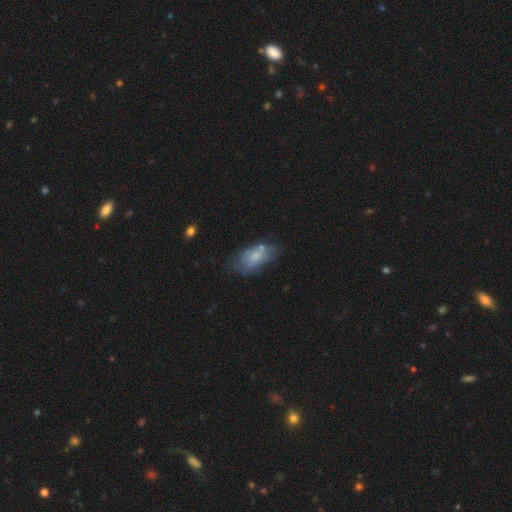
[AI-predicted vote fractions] smooth_or_featured: smooth (p=0.66) [alt: featured or disk p=0.25]
how_rounded: in between (p=0.89) [alt: cigar-shaped p=0.07]
merging: none (p=0.49) [alt: minor disturbance p=0.29]